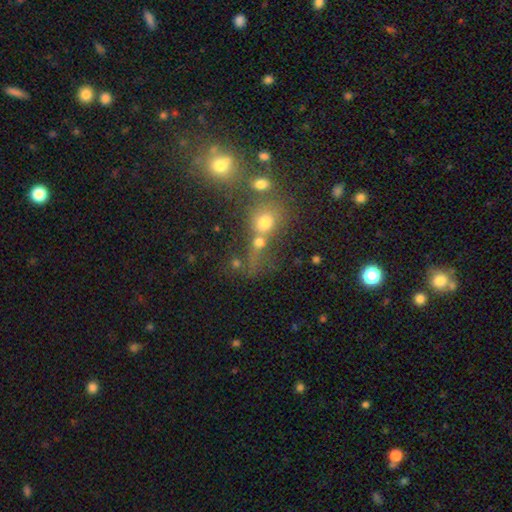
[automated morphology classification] This appears to be a smooth galaxy with no disk features (47%). Merging: none (45%).